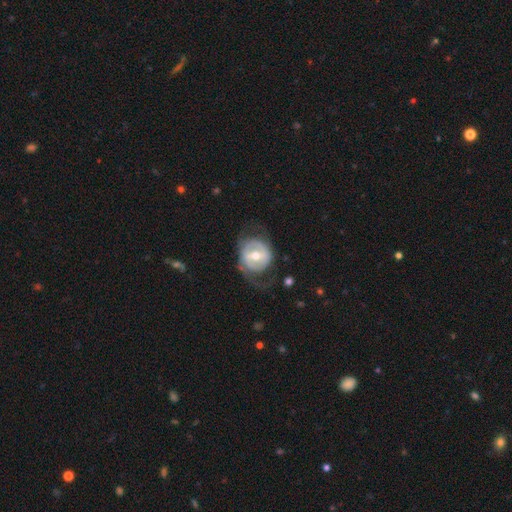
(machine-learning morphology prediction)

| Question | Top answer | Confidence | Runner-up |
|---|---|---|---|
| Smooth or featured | featured or disk | 75% | smooth (20%) |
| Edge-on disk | no | 96% | yes (4%) |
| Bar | weak | 44% | strong (34%) |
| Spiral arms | yes | 71% | no (29%) |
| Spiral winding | medium | 37% | tied: tight (37%) |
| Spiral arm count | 2 | 65% | can't tell (20%) |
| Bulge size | moderate | 67% | small (28%) |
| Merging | none | 55% | major disturbance (23%) |